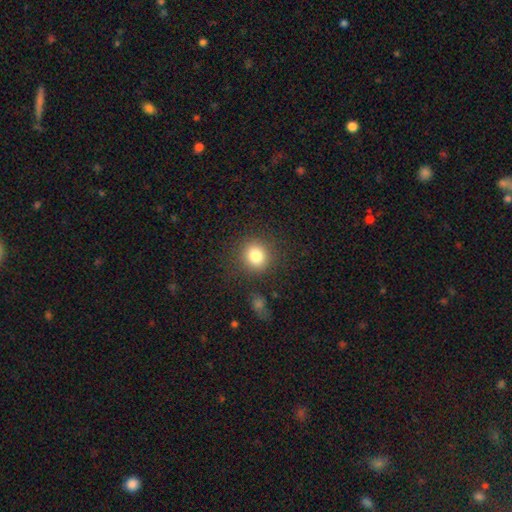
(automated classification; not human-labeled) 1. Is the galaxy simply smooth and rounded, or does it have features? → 81% smooth, 11% star or artifact, 7% featured or disk.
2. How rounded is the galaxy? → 87% round, 12% in between, 1% cigar-shaped.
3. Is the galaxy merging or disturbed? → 86% none, 8% minor disturbance, 4% major disturbance, 2% merger.